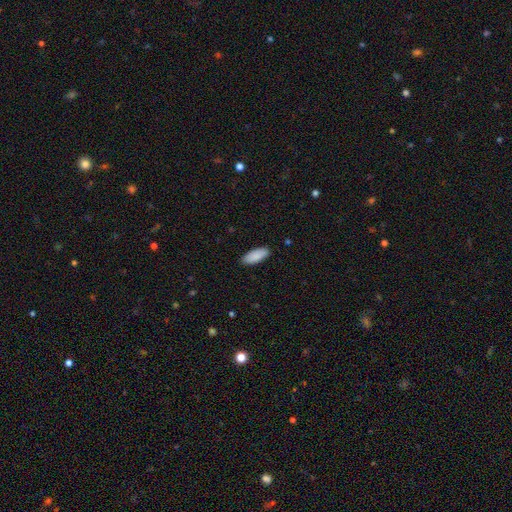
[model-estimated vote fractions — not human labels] Q: Smooth or featured?
A: smooth (90%); runner-up: star or artifact (6%)
Q: How rounded?
A: in between (80%); runner-up: cigar-shaped (19%)
Q: Merging?
A: none (89%); runner-up: minor disturbance (8%)